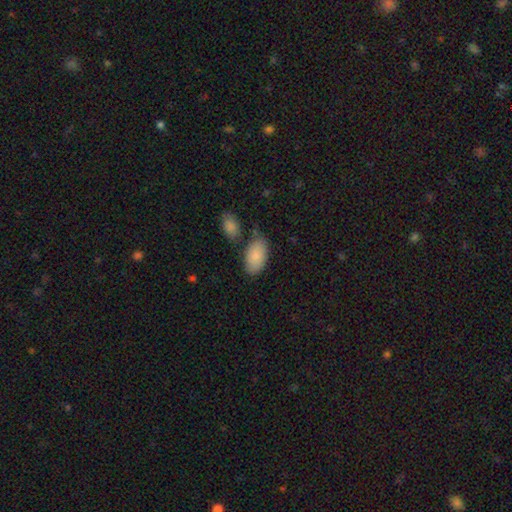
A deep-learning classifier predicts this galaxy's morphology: A smooth galaxy with no disk features (86%) that is in between round and cigar-shaped (95%).

Vote fractions:
- Smooth or featured? smooth: 86% / featured or disk: 8% / star or artifact: 6%
- How rounded? in between: 95% / round: 3% / cigar-shaped: 2%
- Merging? none: 71% / minor disturbance: 15% / merger: 10% / major disturbance: 4%